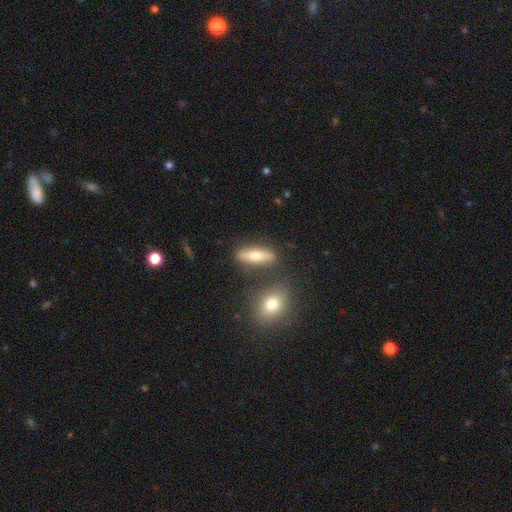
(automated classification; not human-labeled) A smooth galaxy with no disk features (58%) that is cigar-shaped (52%).

Vote fractions:
- Smooth or featured? smooth: 58% / featured or disk: 33% / star or artifact: 10%
- How rounded? cigar-shaped: 52% / in between: 43% / round: 6%
- Merging? none: 80% / minor disturbance: 10% / merger: 6% / major disturbance: 3%